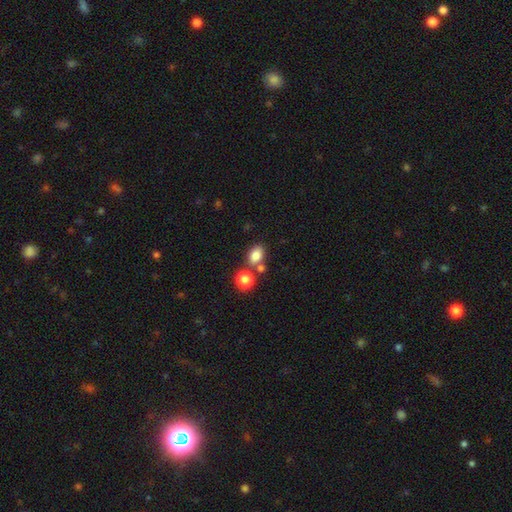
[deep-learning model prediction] smooth-or-featured: smooth: 81% | star or artifact: 11% | featured or disk: 8%
  how-rounded: in between: 71% | round: 28% | cigar-shaped: 1%
  merging: none: 60% | merger: 25% | minor disturbance: 11% | major disturbance: 4%